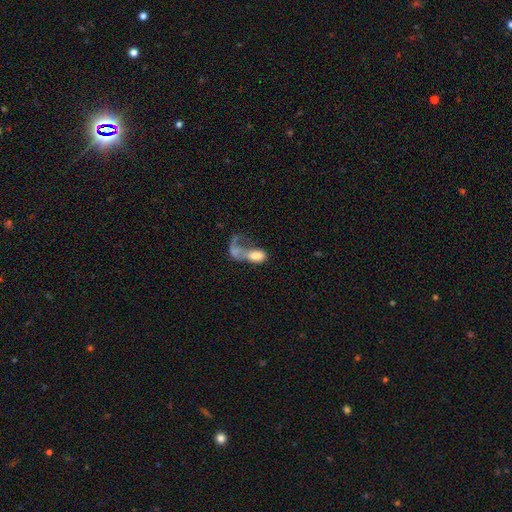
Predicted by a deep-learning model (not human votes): A smooth galaxy with no disk features (63%) that is in between round and cigar-shaped (87%).

Vote fractions:
- Smooth or featured? smooth: 63% / featured or disk: 28% / star or artifact: 9%
- How rounded? in between: 87% / round: 8% / cigar-shaped: 5%
- Merging? merger: 42% / major disturbance: 39% / none: 11% / minor disturbance: 8%